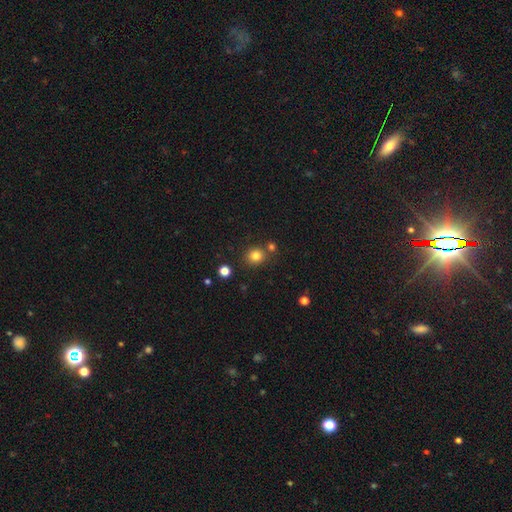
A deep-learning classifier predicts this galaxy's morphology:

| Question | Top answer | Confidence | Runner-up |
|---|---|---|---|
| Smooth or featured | smooth | 81% | star or artifact (13%) |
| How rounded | round | 82% | in between (17%) |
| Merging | none | 77% | merger (12%) |